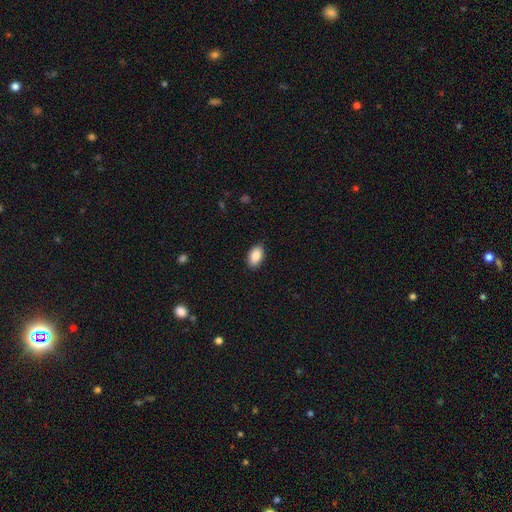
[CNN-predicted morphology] A smooth galaxy with no disk features (89%) that is in between round and cigar-shaped (93%). Merging: none (88%).